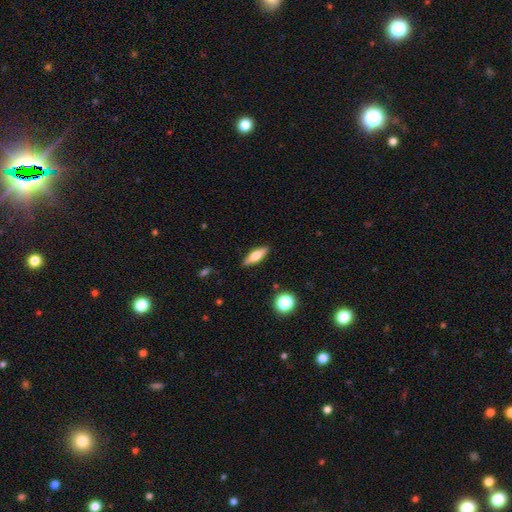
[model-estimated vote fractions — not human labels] A smooth galaxy with no disk features (54%) that is cigar-shaped (52%).

Vote fractions:
- Smooth or featured? smooth: 54% / featured or disk: 39% / star or artifact: 7%
- How rounded? cigar-shaped: 52% / in between: 45% / round: 3%
- Merging? none: 87% / minor disturbance: 9% / major disturbance: 2% / merger: 2%